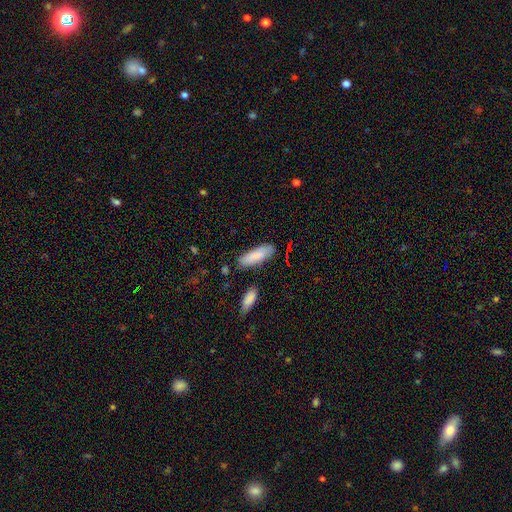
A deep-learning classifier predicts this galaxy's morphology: Overall: smooth (85%). How rounded: in between (52%; cigar-shaped 46%). Merging: none (80%).